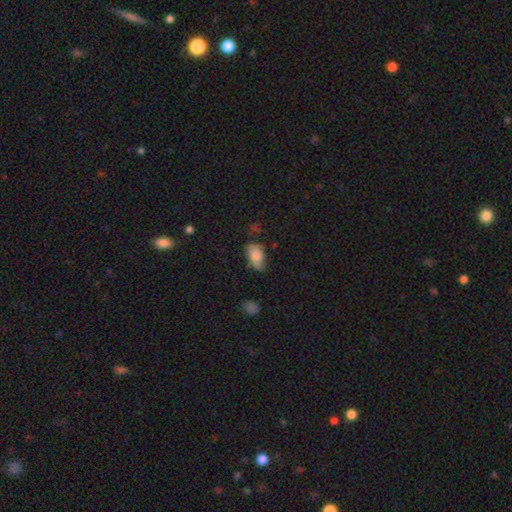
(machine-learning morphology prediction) A smooth galaxy with no disk features (78%) that is in between round and cigar-shaped (91%).

Vote fractions:
- Smooth or featured? smooth: 78% / featured or disk: 13% / star or artifact: 9%
- How rounded? in between: 91% / round: 7% / cigar-shaped: 3%
- Merging? none: 44% / minor disturbance: 38% / major disturbance: 14% / merger: 4%